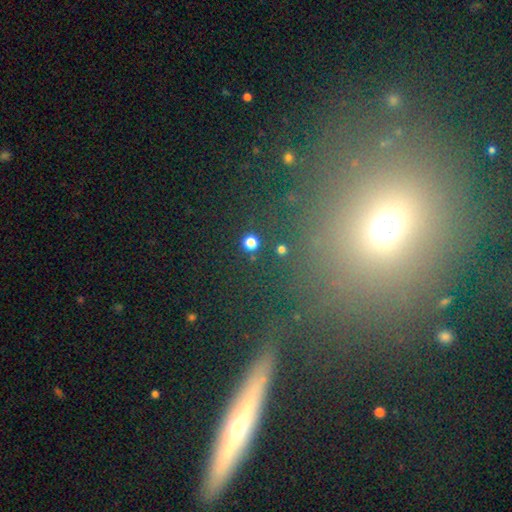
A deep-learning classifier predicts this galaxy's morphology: This is marginally a smooth galaxy (38%). Merging: clearly none (82%).